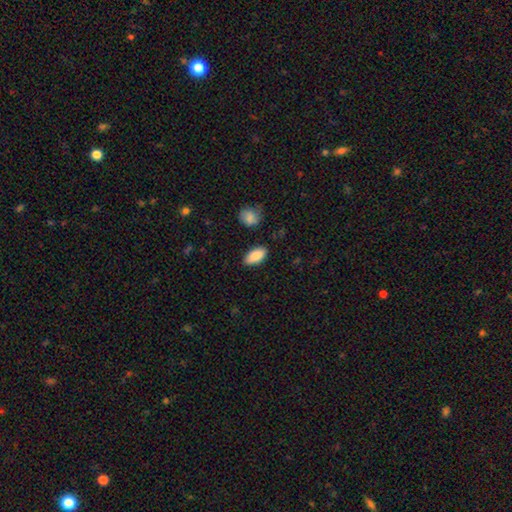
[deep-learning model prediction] smooth-or-featured: smooth: 87% | featured or disk: 7% | star or artifact: 6%
  how-rounded: in between: 92% | cigar-shaped: 5% | round: 3%
  merging: none: 85% | minor disturbance: 11% | major disturbance: 2% | merger: 2%